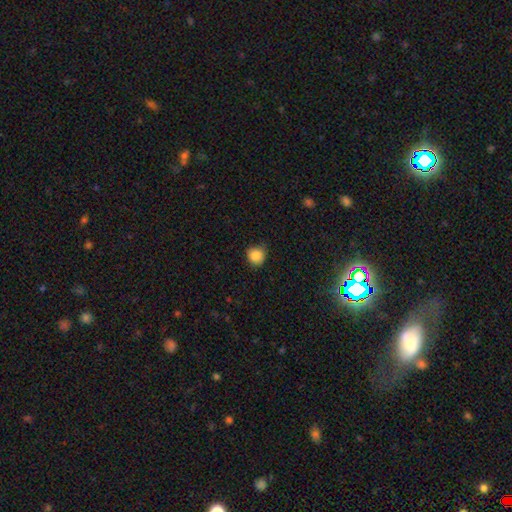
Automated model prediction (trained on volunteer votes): smooth 86%, star or artifact 10%, featured or disk 4%. Down the decision tree: how rounded — round (86%); merging — none (75%).